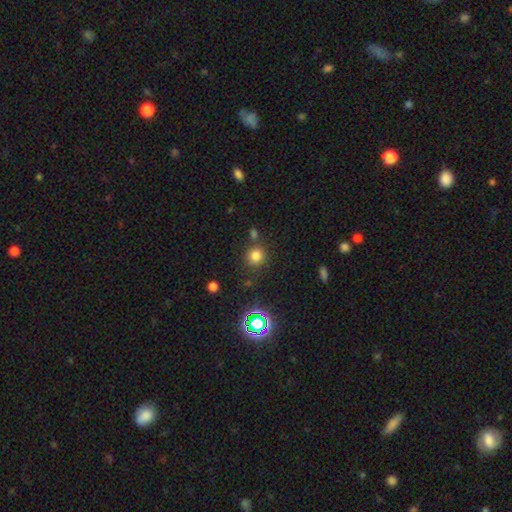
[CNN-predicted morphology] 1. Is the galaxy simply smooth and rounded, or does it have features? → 74% smooth, 20% star or artifact, 6% featured or disk.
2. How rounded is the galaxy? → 91% round, 8% in between, 1% cigar-shaped.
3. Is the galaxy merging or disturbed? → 76% none, 12% merger, 9% minor disturbance, 4% major disturbance.